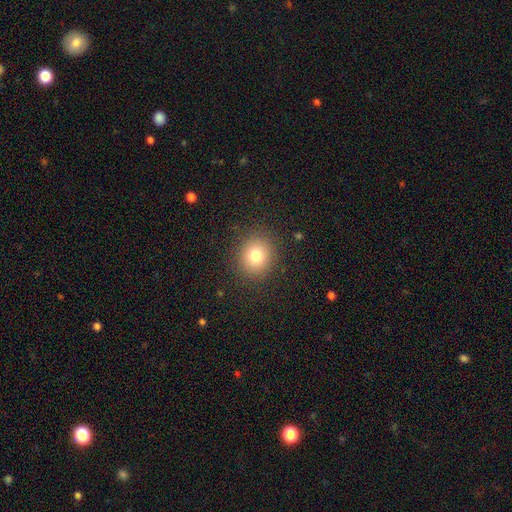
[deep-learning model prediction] A smooth galaxy with no disk features (78%) that is round (86%).

Vote fractions:
- Smooth or featured? smooth: 78% / star or artifact: 13% / featured or disk: 9%
- How rounded? round: 86% / in between: 13% / cigar-shaped: 1%
- Merging? none: 89% / minor disturbance: 7% / major disturbance: 3% / merger: 1%